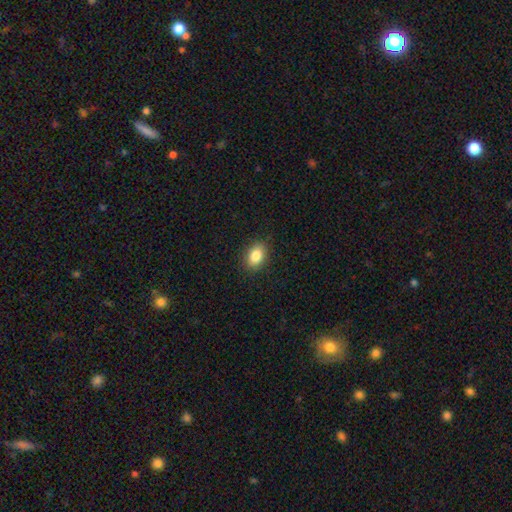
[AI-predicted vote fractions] A smooth galaxy with no disk features (86%) that is in between round and cigar-shaped (83%).

Vote fractions:
- Smooth or featured? smooth: 86% / star or artifact: 8% / featured or disk: 6%
- How rounded? in between: 83% / round: 16% / cigar-shaped: 1%
- Merging? none: 87% / minor disturbance: 9% / major disturbance: 2% / merger: 1%